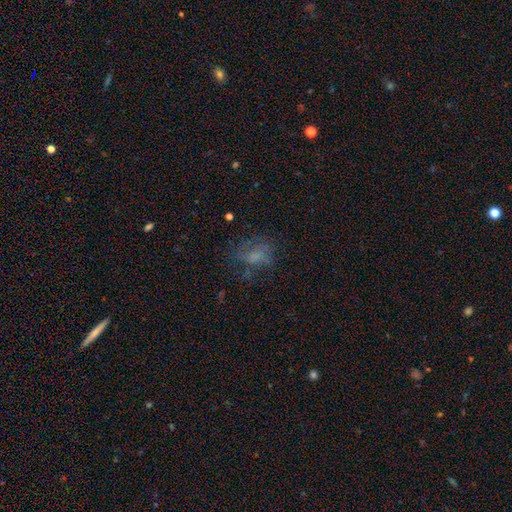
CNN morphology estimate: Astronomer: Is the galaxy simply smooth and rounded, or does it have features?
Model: smooth — 50% (runner-up: featured or disk, 30%).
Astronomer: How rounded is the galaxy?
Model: in between — 65%.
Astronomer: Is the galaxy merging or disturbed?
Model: none — 51%.